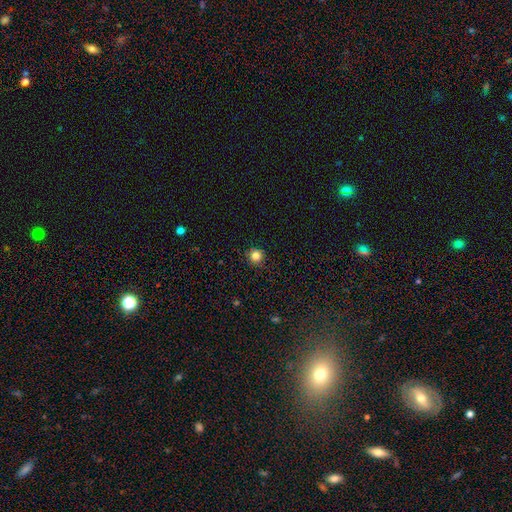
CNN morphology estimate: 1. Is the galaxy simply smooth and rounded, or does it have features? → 82% smooth, 13% star or artifact, 5% featured or disk.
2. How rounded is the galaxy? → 95% round, 4% in between, 1% cigar-shaped.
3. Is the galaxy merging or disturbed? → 91% none, 7% minor disturbance, 2% major disturbance, 1% merger.